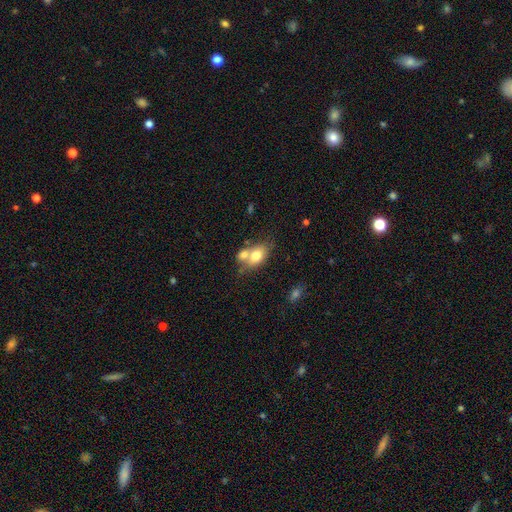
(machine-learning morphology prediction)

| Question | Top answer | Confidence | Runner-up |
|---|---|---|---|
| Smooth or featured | smooth | 73% | featured or disk (19%) |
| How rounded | in between | 79% | round (19%) |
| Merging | merger | 49% | none (34%) |